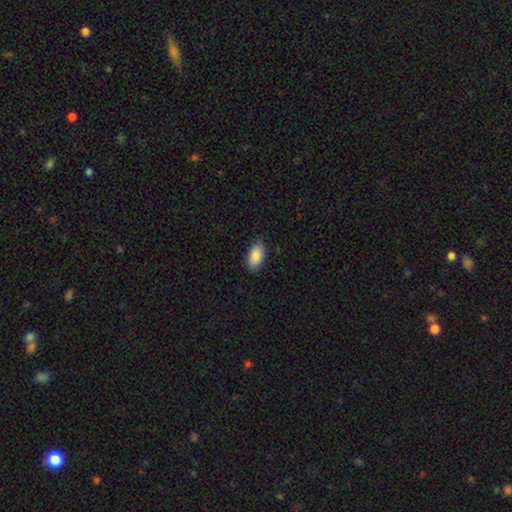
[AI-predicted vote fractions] Smooth or featured? smooth (88%)
How rounded? in between (94%)
Merging? none (86%)